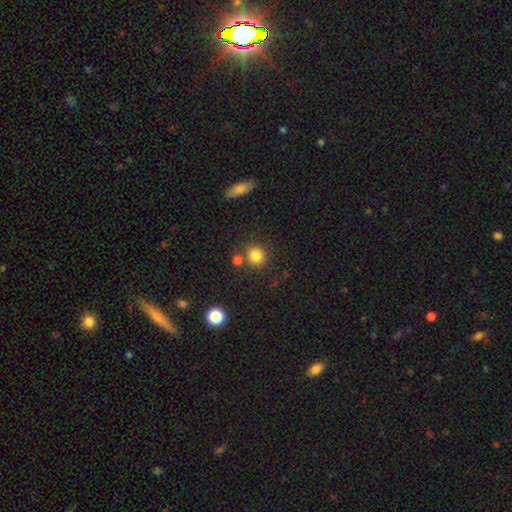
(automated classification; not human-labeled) This appears to be a smooth galaxy with no disk features (83%) that is round (87%). Merging: none (75%).